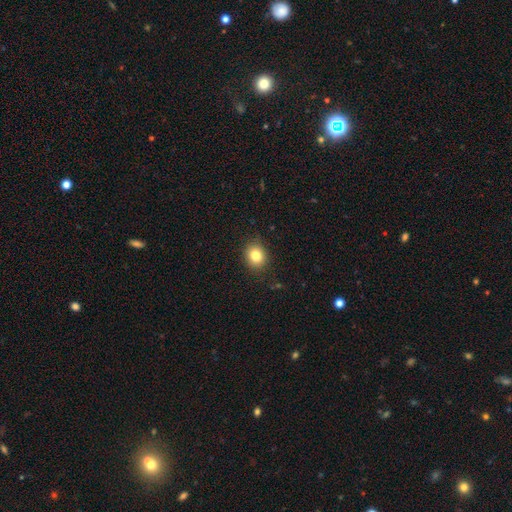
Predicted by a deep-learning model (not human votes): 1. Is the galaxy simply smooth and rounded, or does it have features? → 82% smooth, 11% star or artifact, 7% featured or disk.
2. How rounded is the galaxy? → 68% round, 31% in between, 1% cigar-shaped.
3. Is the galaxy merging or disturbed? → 88% none, 9% minor disturbance, 2% major disturbance, 1% merger.